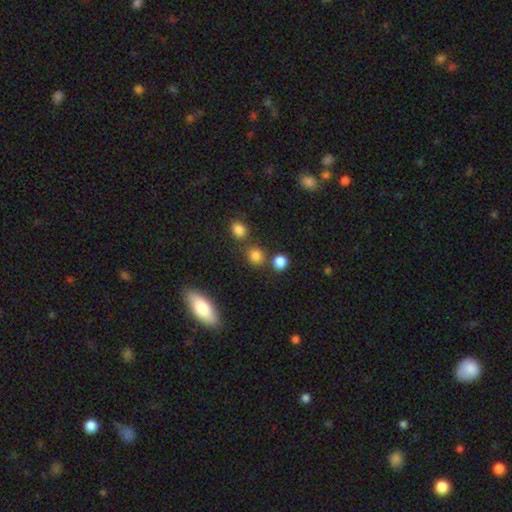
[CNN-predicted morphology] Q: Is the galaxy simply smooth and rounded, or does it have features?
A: smooth — 80%.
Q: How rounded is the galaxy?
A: round — 81%.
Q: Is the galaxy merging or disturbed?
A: none — 73%.